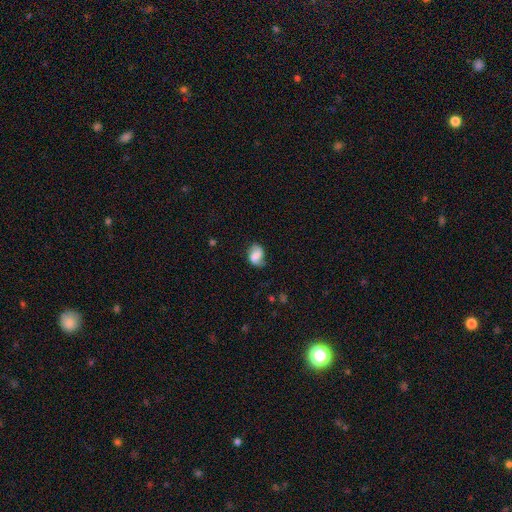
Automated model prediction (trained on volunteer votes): smooth 53%, featured or disk 38%, star or artifact 9%. Down the decision tree: how rounded — in between (73%); merging — none (55%).